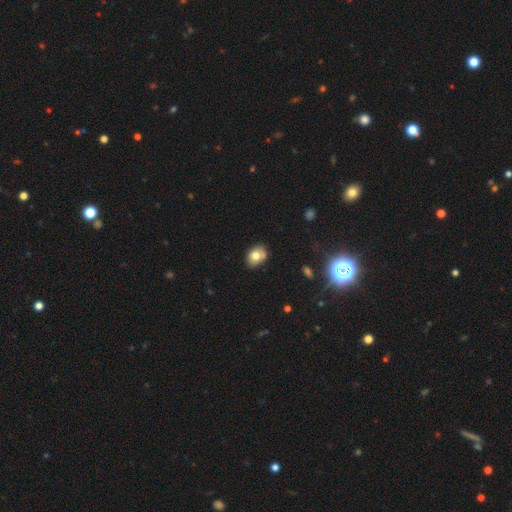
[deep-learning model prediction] Smooth or featured? smooth (76%)
How rounded? in between (67%)
Merging? none (71%)